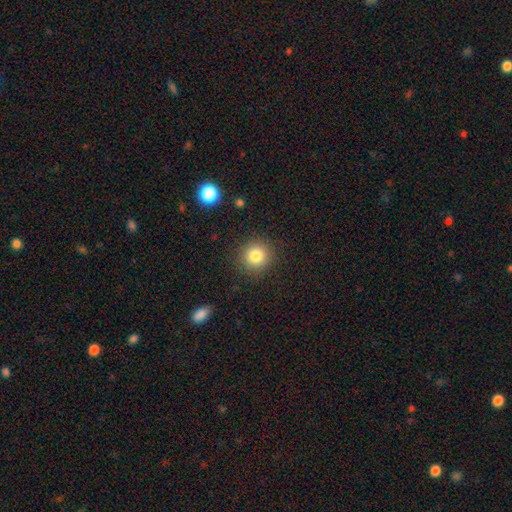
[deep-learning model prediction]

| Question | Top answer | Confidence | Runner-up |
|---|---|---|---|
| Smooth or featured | smooth | 82% | star or artifact (11%) |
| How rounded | round | 92% | in between (7%) |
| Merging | none | 89% | minor disturbance (7%) |